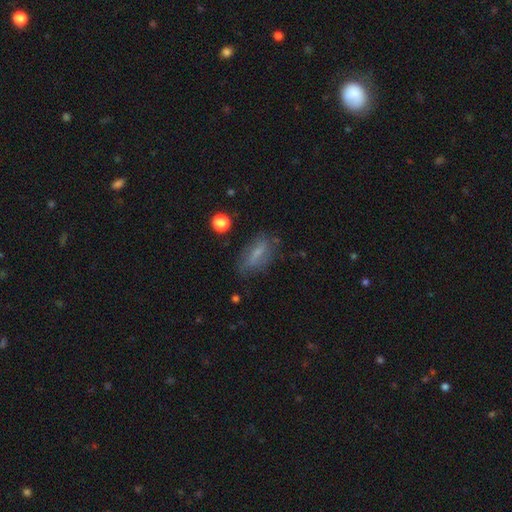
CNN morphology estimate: Smooth or featured? smooth (60%)
How rounded? in between (60%)
Merging? none (67%)